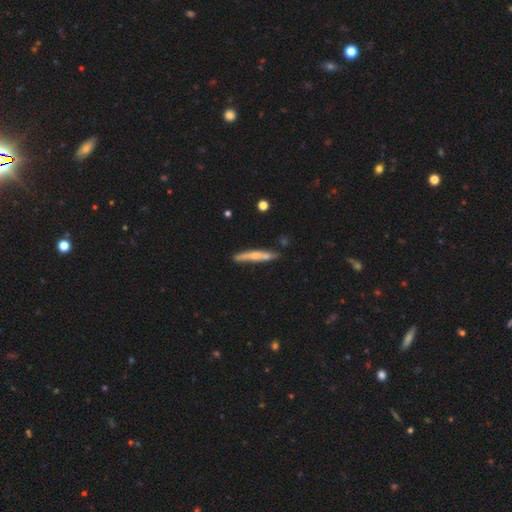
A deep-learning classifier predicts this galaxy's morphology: A featured or disk galaxy (51%) viewed edge-on (88%). Merging: none (70%).